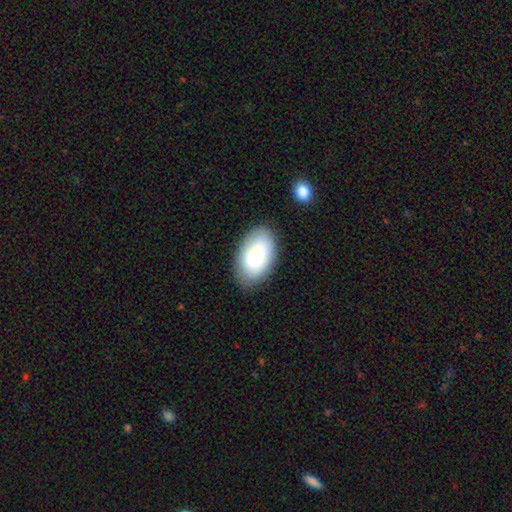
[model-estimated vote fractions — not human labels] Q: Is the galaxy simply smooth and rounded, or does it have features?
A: smooth — 81%.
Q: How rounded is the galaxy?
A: in between — 94%.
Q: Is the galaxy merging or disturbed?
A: none — 83%.